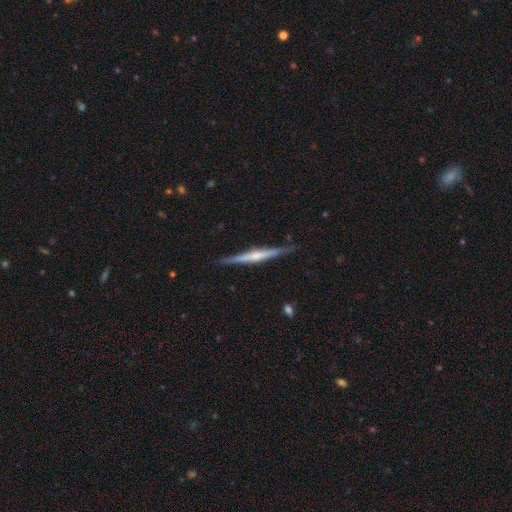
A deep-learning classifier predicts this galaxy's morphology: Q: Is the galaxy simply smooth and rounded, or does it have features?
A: featured or disk — 71%.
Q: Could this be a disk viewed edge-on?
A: yes — 98%.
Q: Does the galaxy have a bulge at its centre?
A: rounded — 61%.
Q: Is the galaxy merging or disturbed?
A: none — 89%.